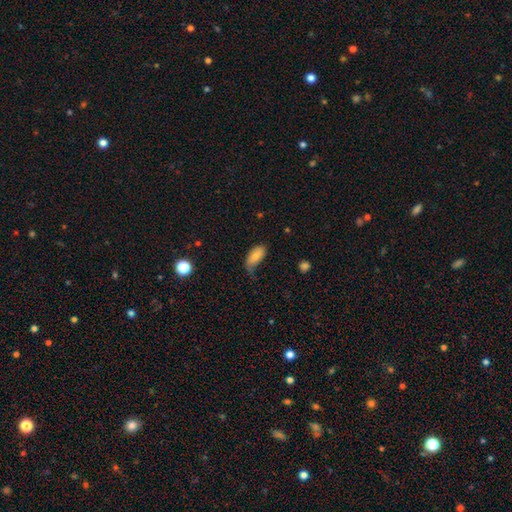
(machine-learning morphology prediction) Q: Smooth or featured?
A: smooth (77%); runner-up: featured or disk (14%)
Q: How rounded?
A: in between (92%); runner-up: cigar-shaped (5%)
Q: Merging?
A: minor disturbance (38%); runner-up: none (33%)